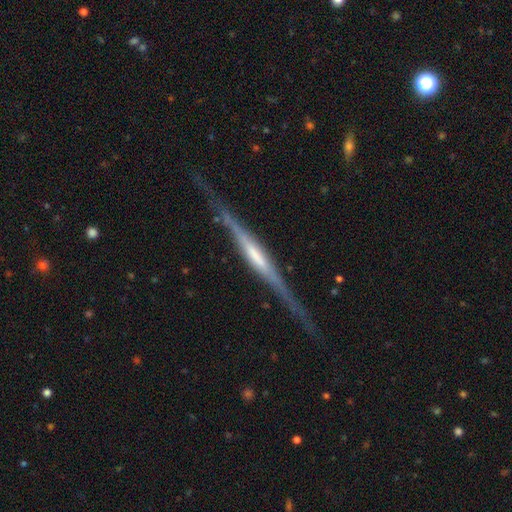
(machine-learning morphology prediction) A featured or disk galaxy (79%) viewed edge-on (97%) with a boxy central bulge (35%). Merging: none (76%).